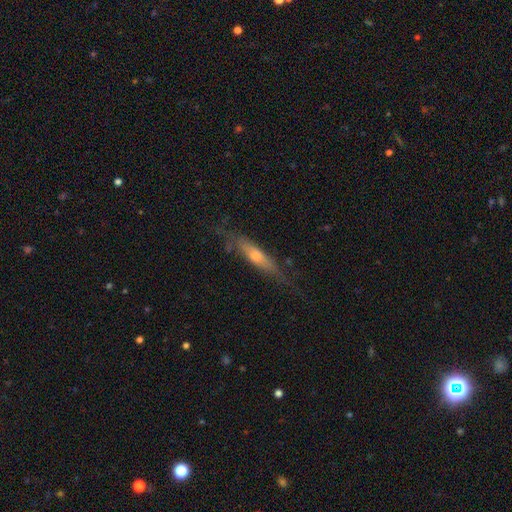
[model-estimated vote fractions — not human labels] featured or disk 51%, smooth 42%, star or artifact 7%. Down the decision tree: edge-on disk — yes (78%); merging — none (67%).